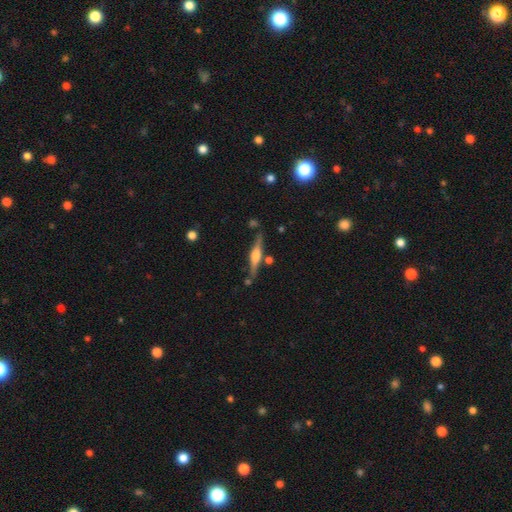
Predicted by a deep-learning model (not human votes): Smooth or featured?
  - featured or disk: 71% *
  - smooth: 23%
  - star or artifact: 6%
Edge-on disk?
  - yes: 97% *
  - no: 3%
Edge-on bulge?
  - rounded: 79% *
  - boxy: 17%
  - none: 4%
Merging?
  - none: 81% *
  - minor disturbance: 11%
  - merger: 6%
  - major disturbance: 3%